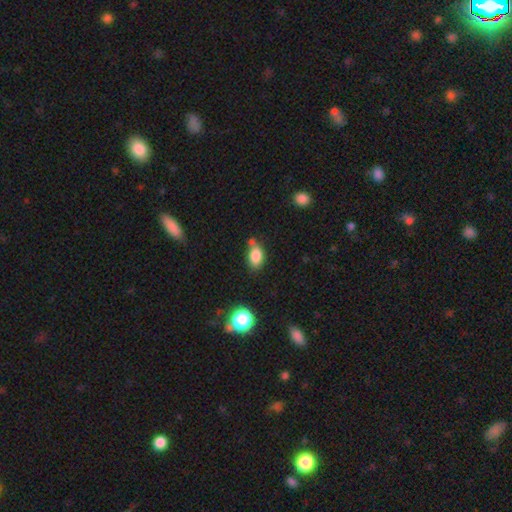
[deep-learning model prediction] Smooth or featured: smooth — 82% (star or artifact — 10%)
How rounded: in between — 84% (round — 13%)
Merging: none — 52% (minor disturbance — 23%)